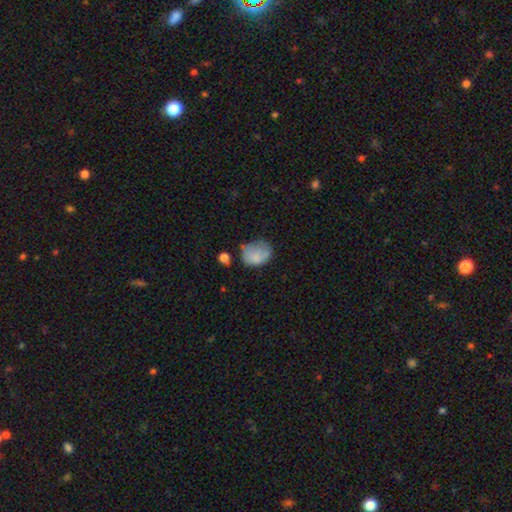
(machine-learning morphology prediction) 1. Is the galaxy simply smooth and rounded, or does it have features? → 75% smooth, 16% featured or disk, 9% star or artifact.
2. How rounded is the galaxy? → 64% in between, 36% round, 1% cigar-shaped.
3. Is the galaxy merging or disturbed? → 39% none, 36% minor disturbance, 19% major disturbance, 6% merger.